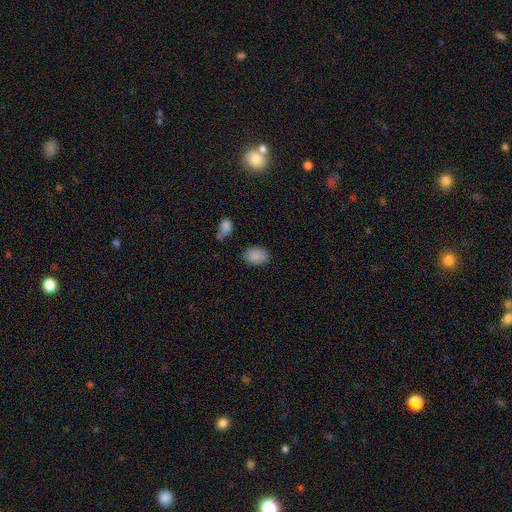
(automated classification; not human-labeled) Smooth or featured? Predicted: smooth (p=0.88). How rounded? Predicted: in between (p=0.84). Merging? Predicted: none (p=0.79).